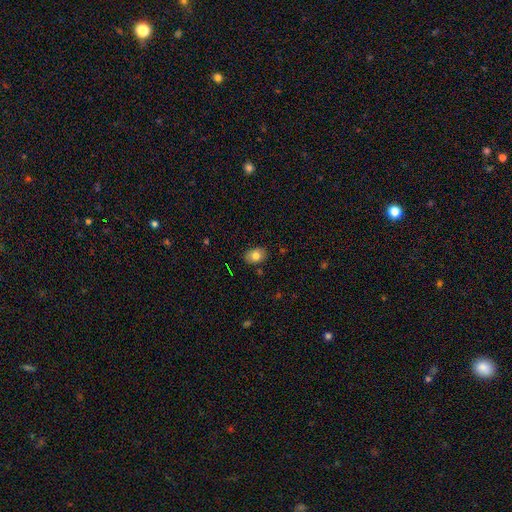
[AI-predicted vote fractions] The model was most divided on "how rounded": in between: 76%, round: 23%, cigar-shaped: 1%. More confident: merging — none (85%); smooth or featured — smooth (81%).